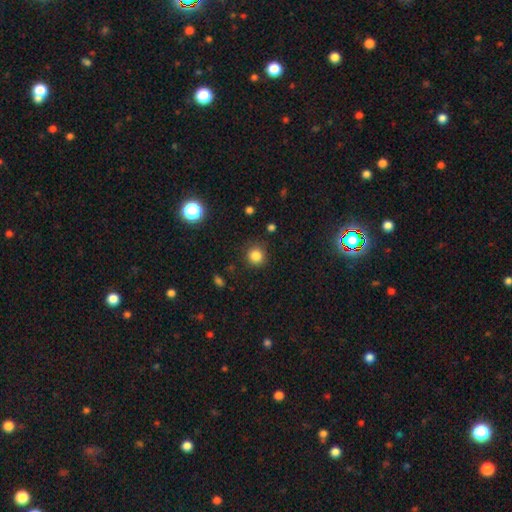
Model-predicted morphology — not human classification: Smooth or featured?
  - smooth: 83% *
  - star or artifact: 12%
  - featured or disk: 5%
How rounded?
  - round: 90% *
  - in between: 9%
  - cigar-shaped: 1%
Merging?
  - none: 86% *
  - minor disturbance: 9%
  - major disturbance: 3%
  - merger: 2%